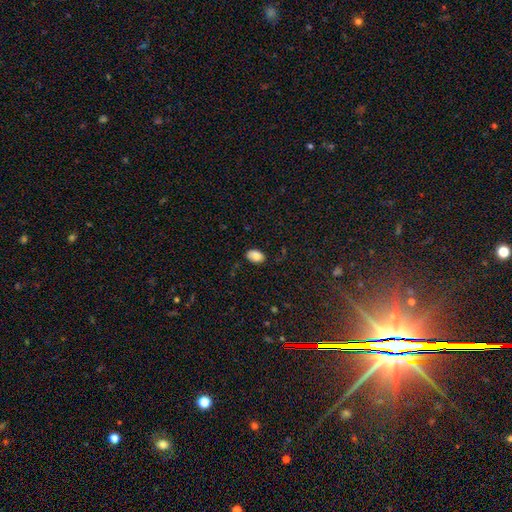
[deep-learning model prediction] Smooth or featured? smooth (87%)
How rounded? in between (89%)
Merging? none (80%)